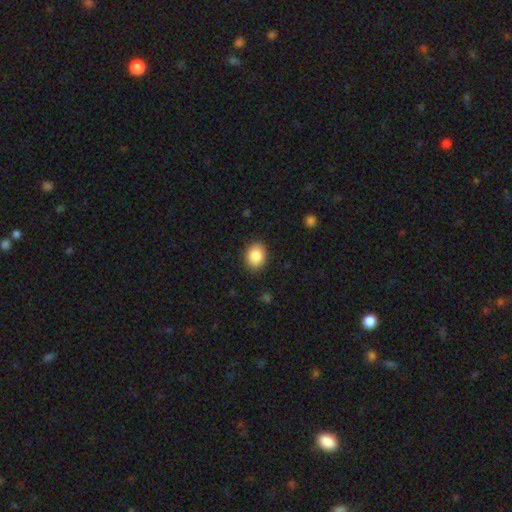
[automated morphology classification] This appears to be a smooth galaxy with no disk features (87%) that is in between round and cigar-shaped (55%). Merging: none (89%).